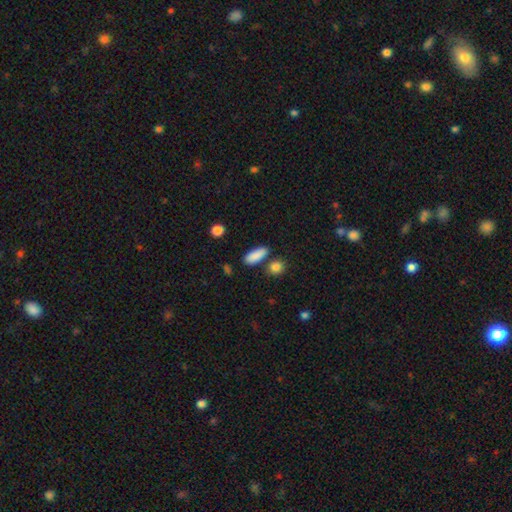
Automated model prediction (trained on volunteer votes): smooth 88%, star or artifact 7%, featured or disk 5%. Down the decision tree: how rounded — in between (75%); merging — none (77%).